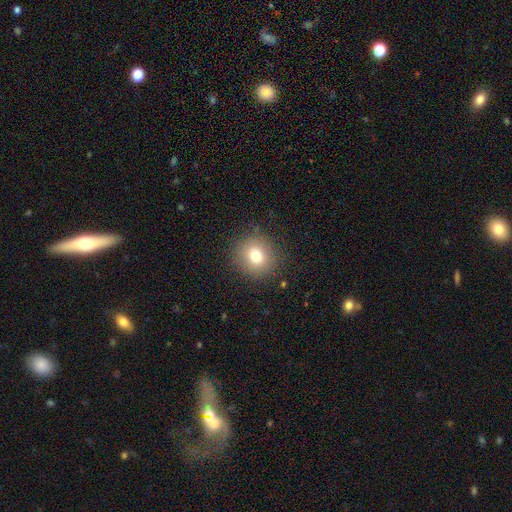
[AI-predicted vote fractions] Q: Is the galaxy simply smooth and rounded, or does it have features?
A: smooth — 76%.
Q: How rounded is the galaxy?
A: round — 89%.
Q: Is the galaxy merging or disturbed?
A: none — 88%.